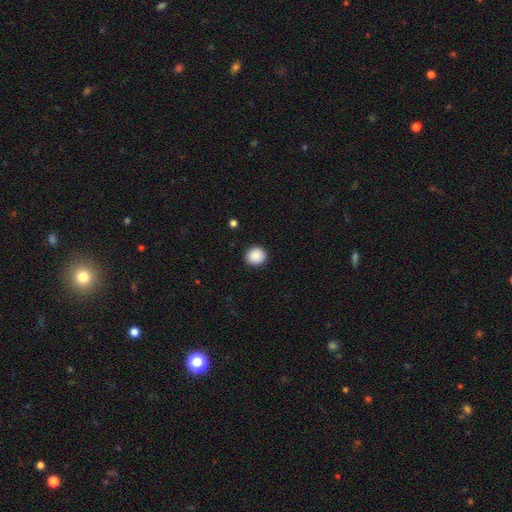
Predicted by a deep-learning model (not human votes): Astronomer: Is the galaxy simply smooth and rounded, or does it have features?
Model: smooth — 89%.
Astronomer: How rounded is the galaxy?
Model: round — 90%.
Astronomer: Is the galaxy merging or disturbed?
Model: none — 91%.